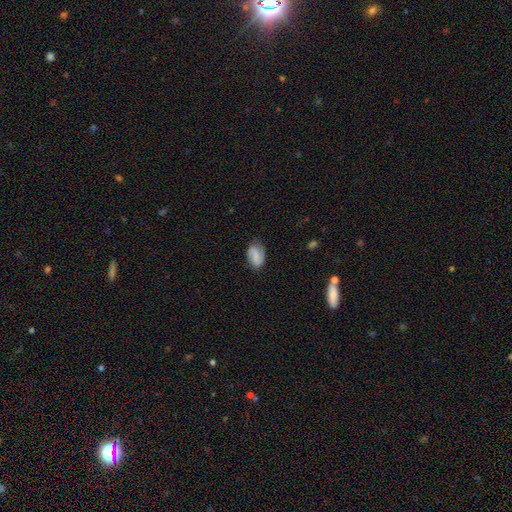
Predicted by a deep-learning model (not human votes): This is possibly a smooth galaxy (49%). Merging: likely none (75%).